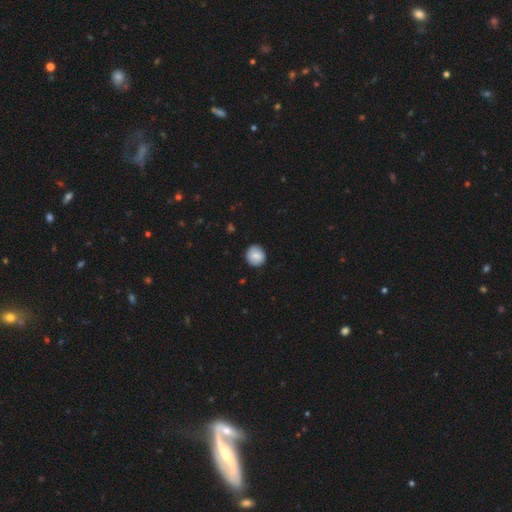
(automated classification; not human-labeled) smooth_or_featured: smooth (p=0.80) [alt: featured or disk p=0.12]
how_rounded: round (p=0.90) [alt: in between p=0.09]
merging: none (p=0.88) [alt: minor disturbance p=0.09]